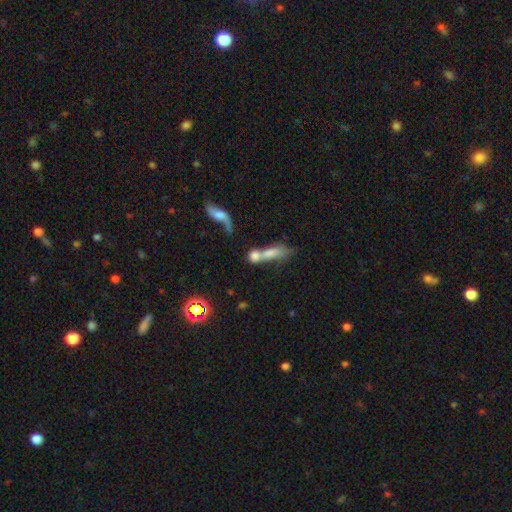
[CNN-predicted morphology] Overall: smooth (62%; featured or disk 27%). How rounded: in between (45%; cigar-shaped 40%). Merging: merger (65%).